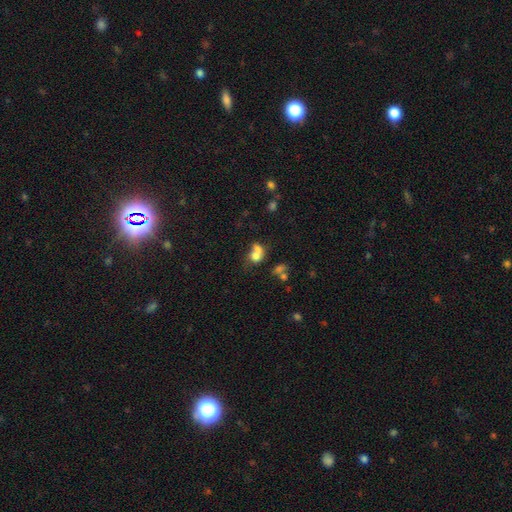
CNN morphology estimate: Smooth or featured? smooth (70%)
How rounded? round (55%)
Merging? merger (64%)